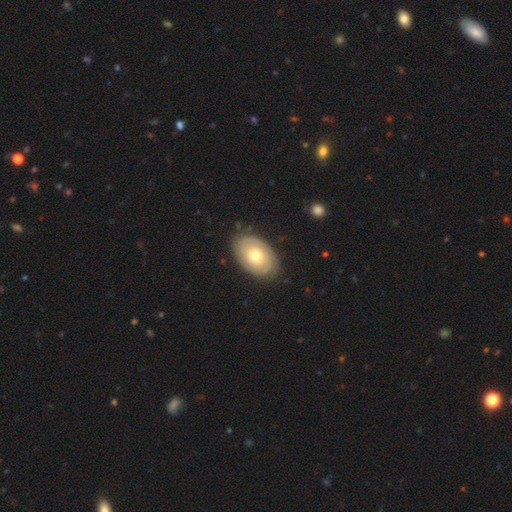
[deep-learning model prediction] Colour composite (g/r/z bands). It shows a smooth galaxy with no disk features (52%) that is in between round and cigar-shaped (88%). Merging: none (83%).